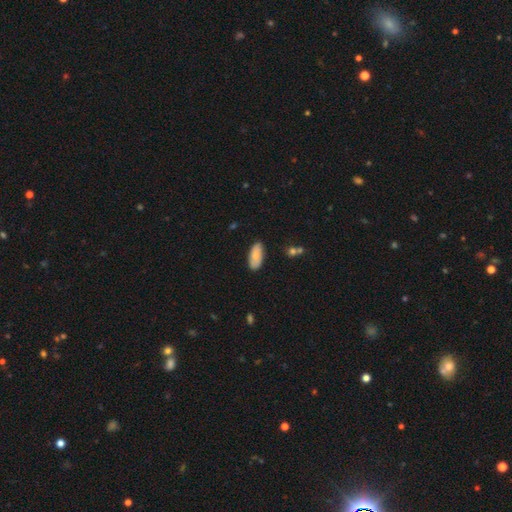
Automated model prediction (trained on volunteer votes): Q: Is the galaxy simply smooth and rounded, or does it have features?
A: smooth — 76%.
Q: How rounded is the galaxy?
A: in between — 89%.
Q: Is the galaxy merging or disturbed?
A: none — 84%.